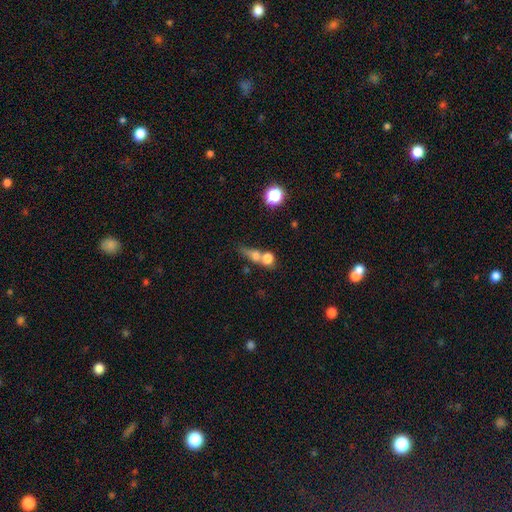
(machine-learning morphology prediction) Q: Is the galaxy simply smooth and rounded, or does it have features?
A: smooth — 65%.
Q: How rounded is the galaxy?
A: round — 56%.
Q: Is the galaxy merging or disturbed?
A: merger — 51%.